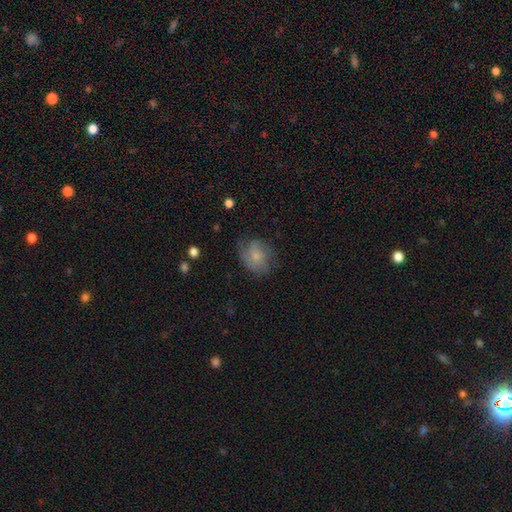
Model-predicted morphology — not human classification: A smooth galaxy with no disk features (58%) that is round (56%). Merging: none (56%).